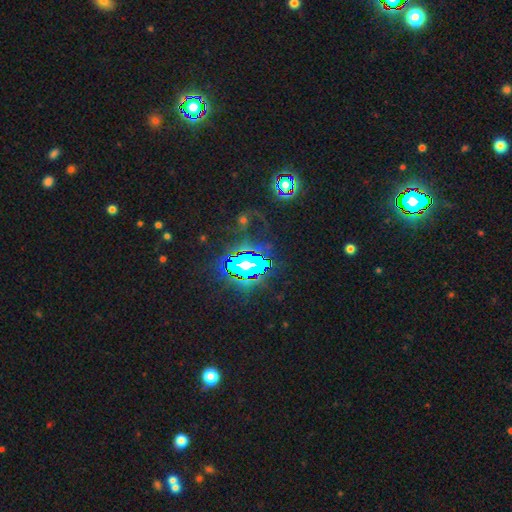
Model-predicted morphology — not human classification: A star or artifact, not a galaxy (83%).

Vote fractions:
- Smooth or featured? star or artifact: 83% / smooth: 10% / featured or disk: 7%